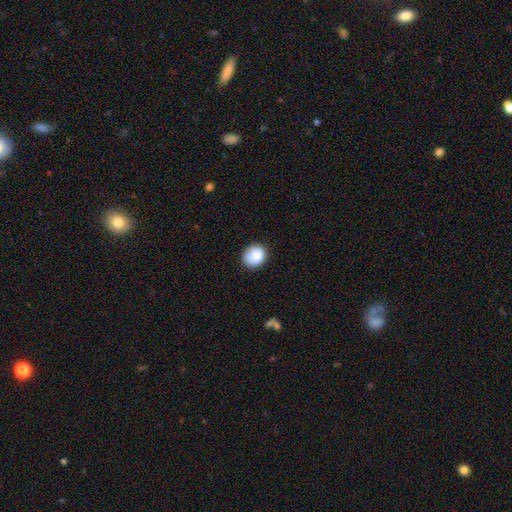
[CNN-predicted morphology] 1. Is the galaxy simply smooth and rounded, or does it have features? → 86% smooth, 8% star or artifact, 5% featured or disk.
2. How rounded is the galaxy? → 66% round, 33% in between, 1% cigar-shaped.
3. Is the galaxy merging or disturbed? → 77% none, 18% minor disturbance, 4% major disturbance, 2% merger.